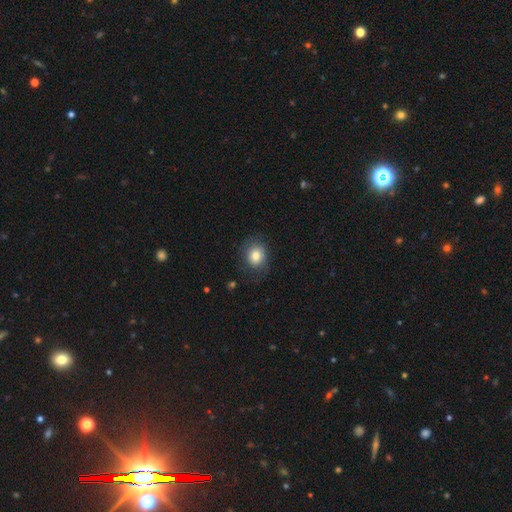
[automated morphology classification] A smooth galaxy with no disk features (77%) that is round (63%). Merging: none (70%).